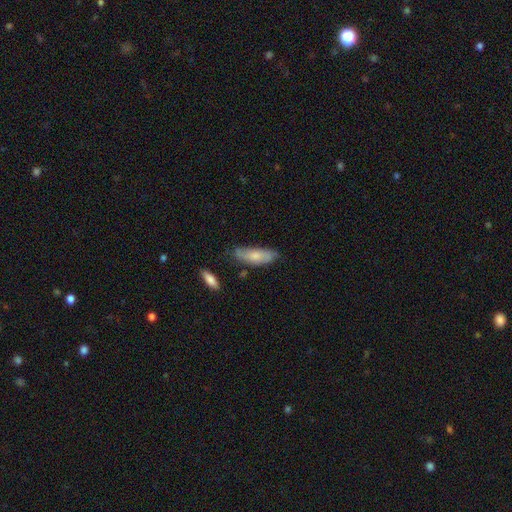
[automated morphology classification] The model was most divided on "how rounded": in between: 60%, cigar-shaped: 38%, round: 2%. More confident: smooth or featured — smooth (64%); merging — none (63%).